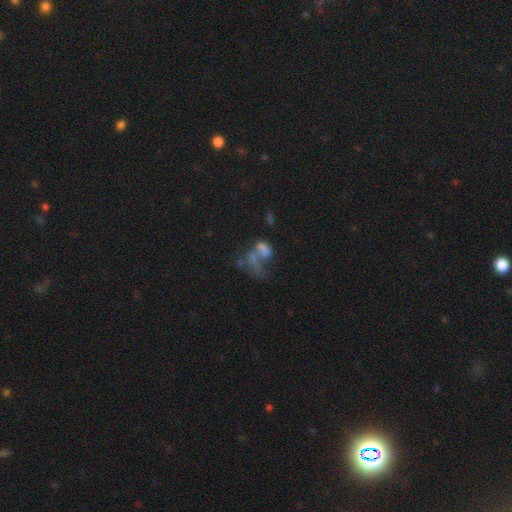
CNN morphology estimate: smooth-or-featured: featured or disk: 39% | smooth: 34% | star or artifact: 27%
  merging: merger: 42% | major disturbance: 30% | none: 20% | minor disturbance: 9%